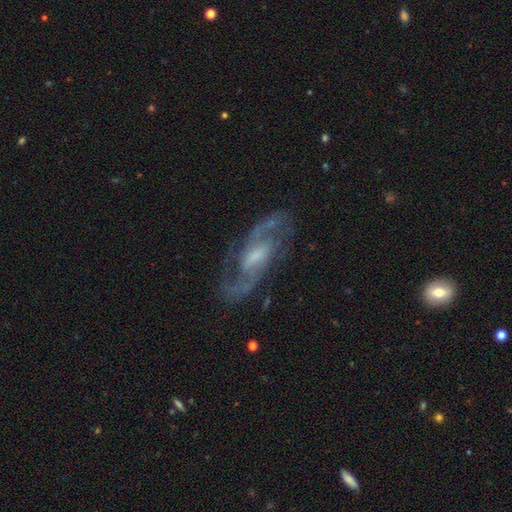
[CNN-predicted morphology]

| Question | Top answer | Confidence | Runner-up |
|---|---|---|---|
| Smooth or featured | featured or disk | 90% | star or artifact (5%) |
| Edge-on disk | no | 95% | yes (5%) |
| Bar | weak | 54% | no (27%) |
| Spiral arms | yes | 97% | no (3%) |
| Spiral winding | medium | 60% | tight (22%) |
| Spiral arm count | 2 | 90% | can't tell (4%) |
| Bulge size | small | 40% | moderate (39%) |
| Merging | none | 79% | minor disturbance (14%) |